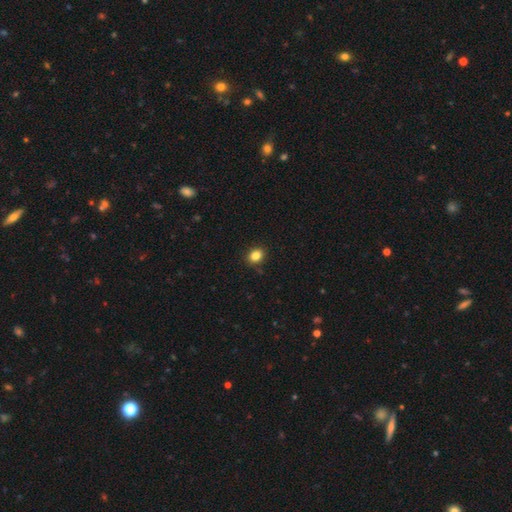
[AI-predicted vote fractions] smooth 85%, star or artifact 11%, featured or disk 5%. Down the decision tree: how rounded — round (52%); merging — none (88%).